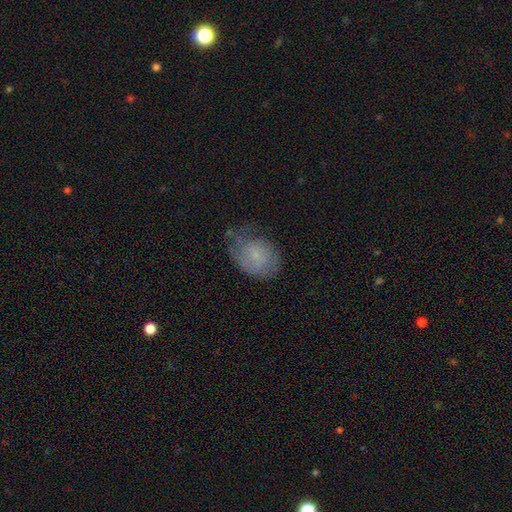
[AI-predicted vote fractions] Smooth or featured: smooth — 58% (featured or disk — 32%)
How rounded: in between — 67% (round — 32%)
Merging: none — 42% (minor disturbance — 34%)